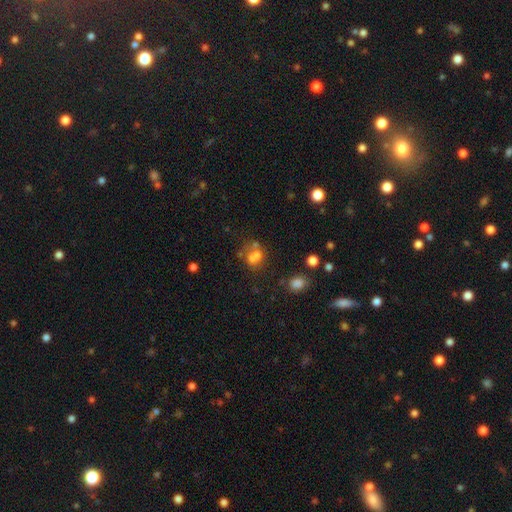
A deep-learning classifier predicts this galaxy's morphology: Smooth or featured?
  - smooth: 63% *
  - featured or disk: 20%
  - star or artifact: 17%
How rounded?
  - in between: 51% *
  - round: 46%
  - cigar-shaped: 3%
Merging?
  - none: 40% *
  - merger: 36%
  - minor disturbance: 15%
  - major disturbance: 9%